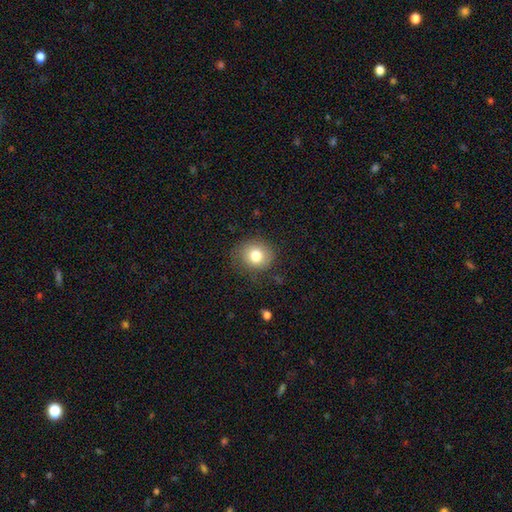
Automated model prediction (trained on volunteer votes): A smooth galaxy with no disk features (80%) that is round (79%). Merging: none (80%).